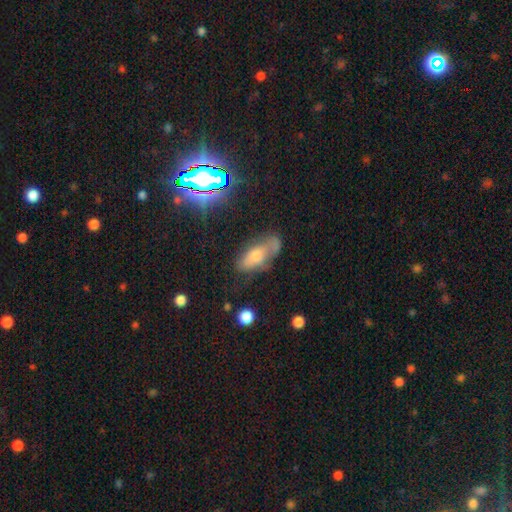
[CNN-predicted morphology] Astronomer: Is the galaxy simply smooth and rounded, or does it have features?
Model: smooth — 50% (runner-up: featured or disk, 33%).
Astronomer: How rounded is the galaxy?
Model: in between — 78%.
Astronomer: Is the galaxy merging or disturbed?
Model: none — 50% (runner-up: minor disturbance, 29%).